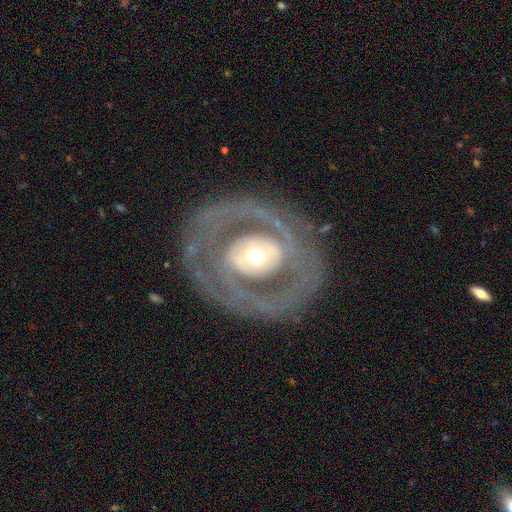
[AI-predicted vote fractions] Q: Smooth or featured?
A: featured or disk (79%); runner-up: smooth (16%)
Q: Edge-on disk?
A: no (95%); runner-up: yes (5%)
Q: Bar?
A: no (58%); runner-up: weak (25%)
Q: Spiral arms?
A: yes (58%); runner-up: no (42%)
Q: Bulge size?
A: moderate (63%); runner-up: large (18%)
Q: Merging?
A: none (78%); runner-up: minor disturbance (11%)